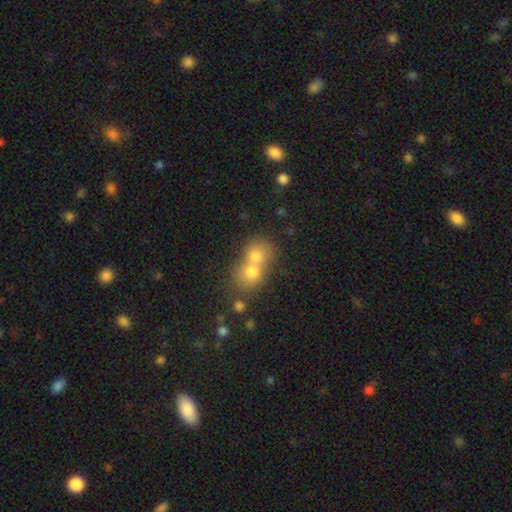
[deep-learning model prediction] Smooth or featured? smooth (71%)
How rounded? round (68%)
Merging? merger (70%)